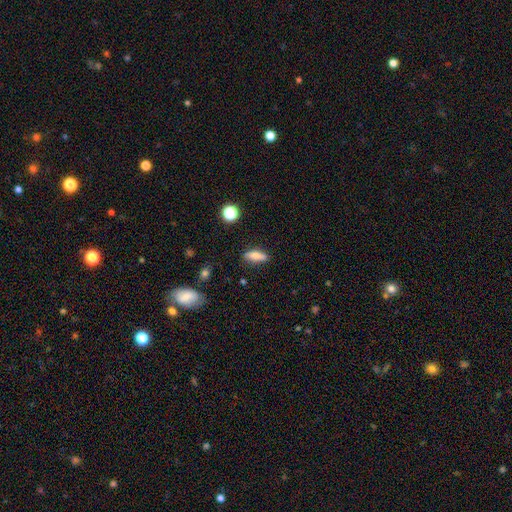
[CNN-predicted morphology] A smooth galaxy with no disk features (74%) that is in between round and cigar-shaped (54%).

Vote fractions:
- Smooth or featured? smooth: 74% / featured or disk: 17% / star or artifact: 8%
- How rounded? in between: 54% / cigar-shaped: 42% / round: 4%
- Merging? none: 83% / minor disturbance: 12% / major disturbance: 3% / merger: 2%